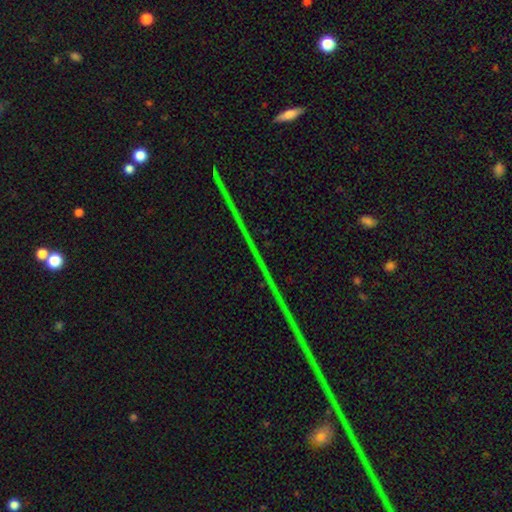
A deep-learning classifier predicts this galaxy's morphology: type=star or artifact (81%).